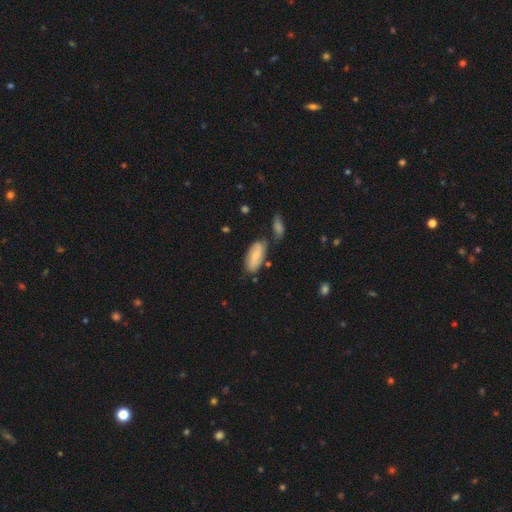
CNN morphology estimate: Smooth or featured? smooth (62%)
How rounded? in between (86%)
Merging? none (64%)